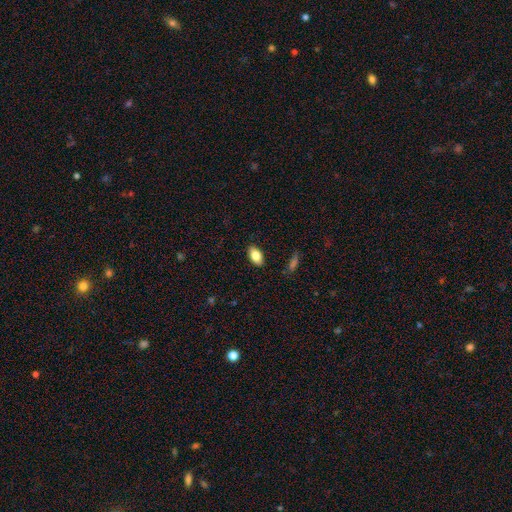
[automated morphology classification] This is clearly a smooth galaxy (82%). How rounded: clearly in between (92%). Merging: clearly none (87%).